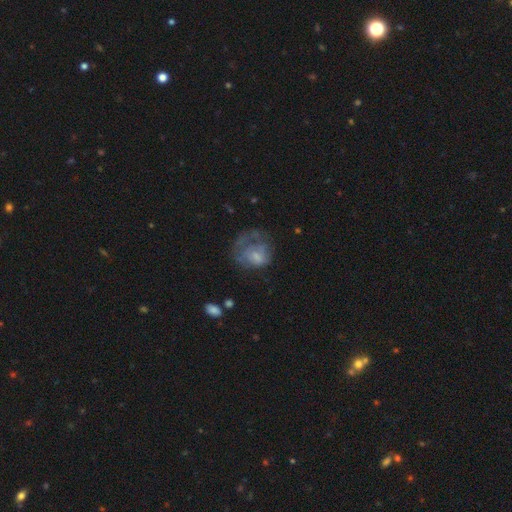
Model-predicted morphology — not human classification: smooth_or_featured: smooth (p=0.46) [alt: featured or disk p=0.44]
merging: major disturbance (p=0.47) [alt: none p=0.29]